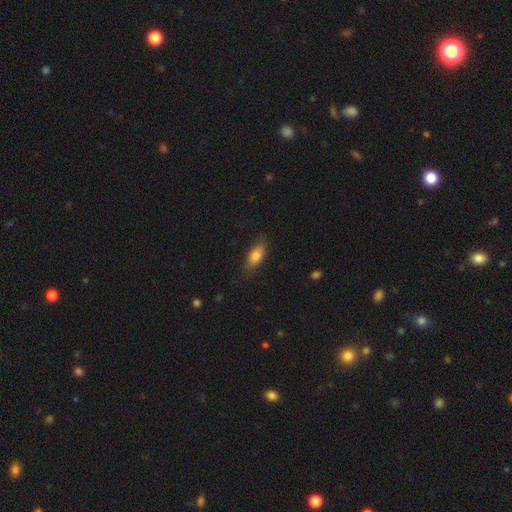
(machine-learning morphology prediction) type=smooth (81%); roundness=in between (80%); merging=none (80%).